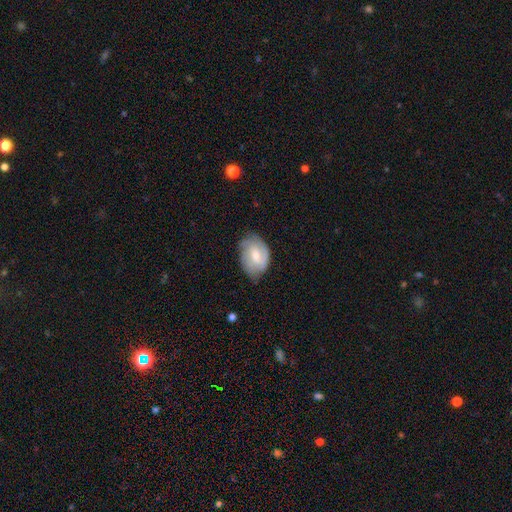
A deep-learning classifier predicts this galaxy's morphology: A featured or disk galaxy (62%) with a weak bar (50%), 2 (46%) tight (47%) spiral arms (88%) and a moderate central bulge (50%). Merging: none (63%).